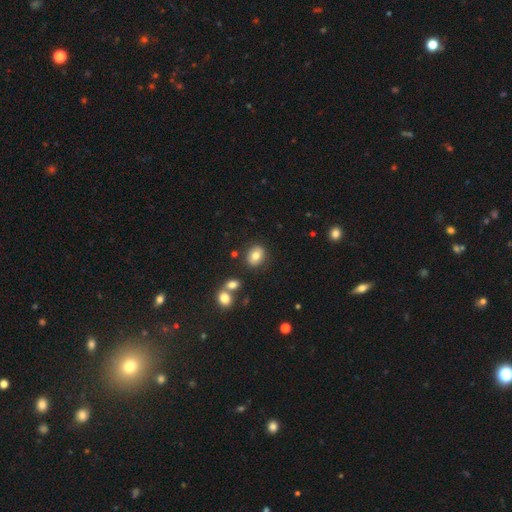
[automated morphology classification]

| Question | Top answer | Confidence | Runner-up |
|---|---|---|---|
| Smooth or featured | smooth | 77% | featured or disk (14%) |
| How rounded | in between | 50% | round (49%) |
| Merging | none | 82% | minor disturbance (9%) |